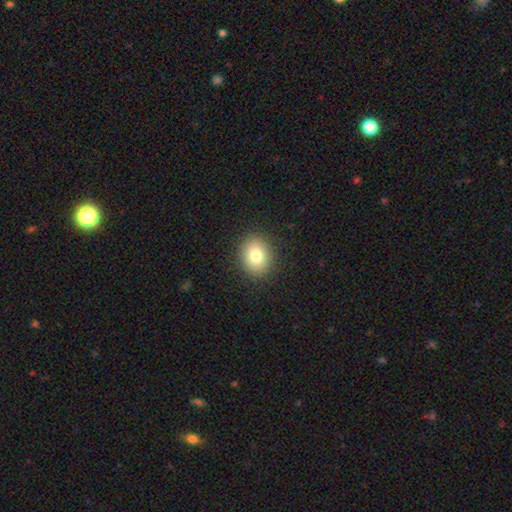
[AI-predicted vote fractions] A smooth galaxy with no disk features (81%) that is round (56%).

Vote fractions:
- Smooth or featured? smooth: 81% / featured or disk: 10% / star or artifact: 10%
- How rounded? round: 56% / in between: 43% / cigar-shaped: 1%
- Merging? none: 89% / minor disturbance: 7% / major disturbance: 3% / merger: 1%